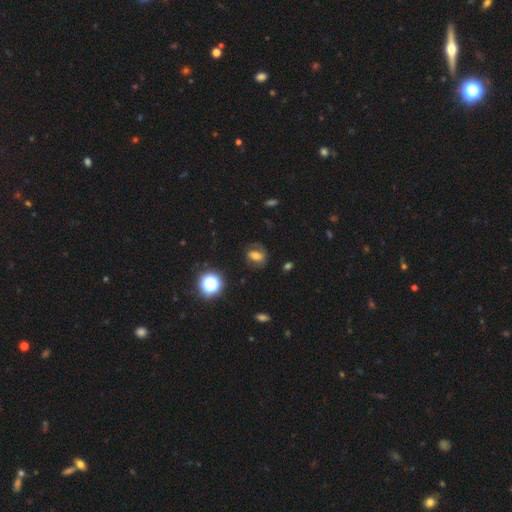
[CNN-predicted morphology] Smooth or featured? smooth (48%)
Merging? none (70%)